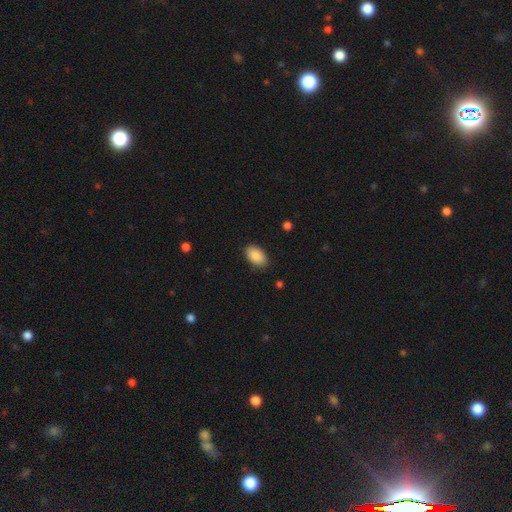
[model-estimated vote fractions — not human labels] This appears to be a smooth galaxy with no disk features (90%) that is in between round and cigar-shaped (94%). Merging: none (88%).